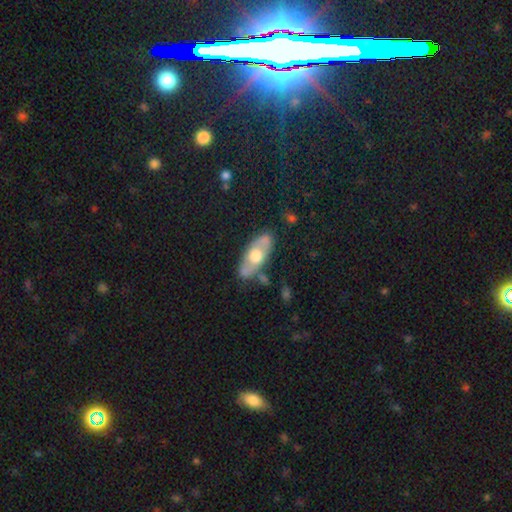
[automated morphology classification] type=featured or disk (50%); merging=none (73%).